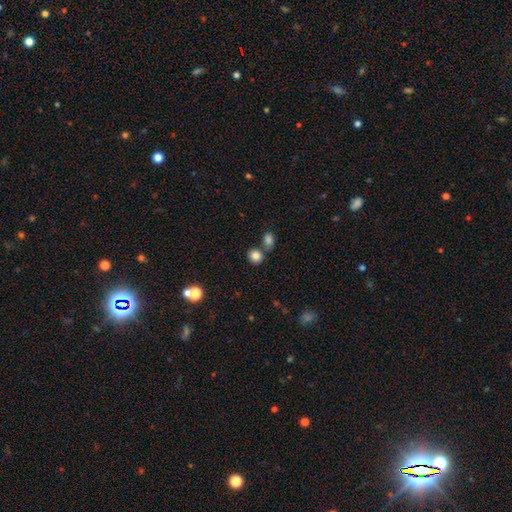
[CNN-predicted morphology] The model was most divided on "merging": none: 65%, merger: 22%, minor disturbance: 9%, major disturbance: 3%. More confident: smooth or featured — smooth (84%); how rounded — round (76%).